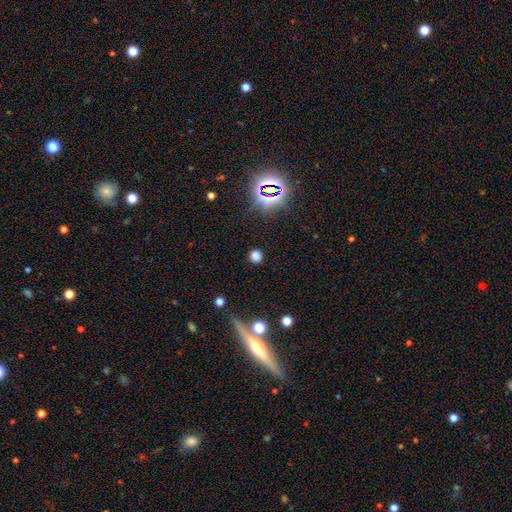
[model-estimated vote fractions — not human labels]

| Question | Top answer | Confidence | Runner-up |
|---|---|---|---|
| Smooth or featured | smooth | 71% | star or artifact (24%) |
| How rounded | round | 89% | in between (10%) |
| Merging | none | 89% | minor disturbance (6%) |